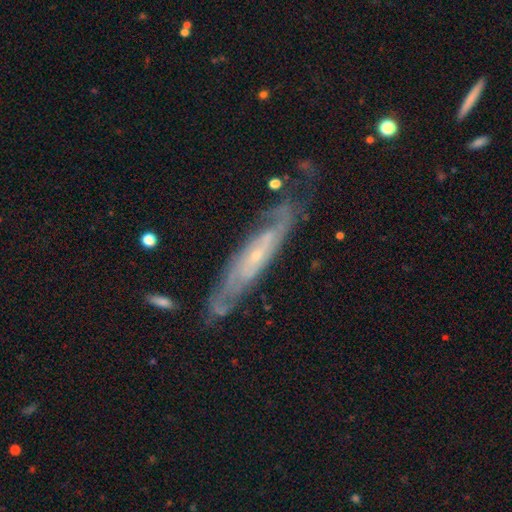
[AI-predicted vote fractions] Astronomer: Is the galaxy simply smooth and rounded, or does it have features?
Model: featured or disk — 80%.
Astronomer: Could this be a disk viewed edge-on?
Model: no — 62% (runner-up: yes, 38%).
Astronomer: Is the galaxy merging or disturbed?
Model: none — 71%.